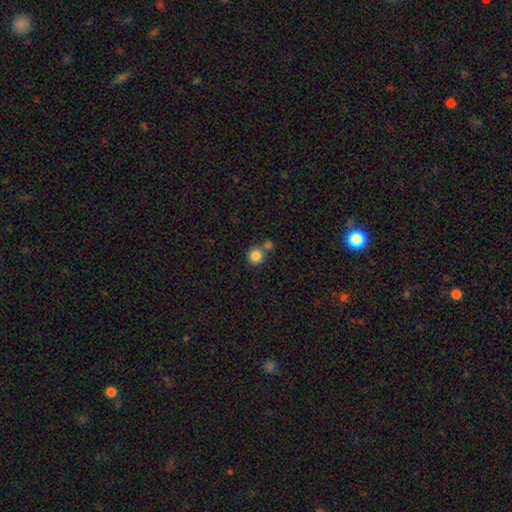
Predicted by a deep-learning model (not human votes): Smooth or featured? Predicted: smooth (p=0.85). How rounded? Predicted: round (p=0.93). Merging? Predicted: none (p=0.60).